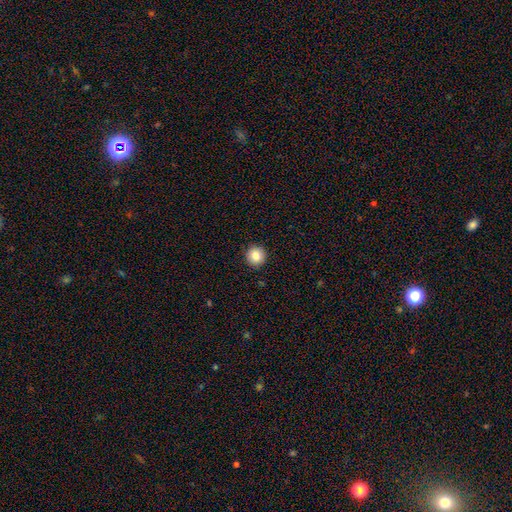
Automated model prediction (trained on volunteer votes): This appears to be a smooth galaxy with no disk features (84%) that is round (95%). Merging: none (93%).